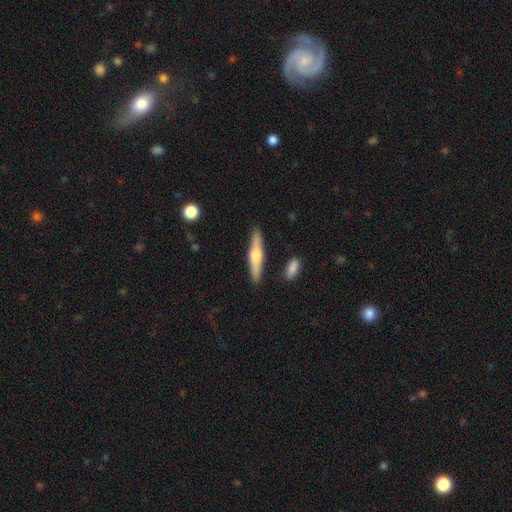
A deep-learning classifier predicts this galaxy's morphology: This is possibly a featured or disk galaxy (55%). It is clearly viewed edge-on (95%). Edge-on bulge: clearly rounded (90%). Merging: clearly none (87%).